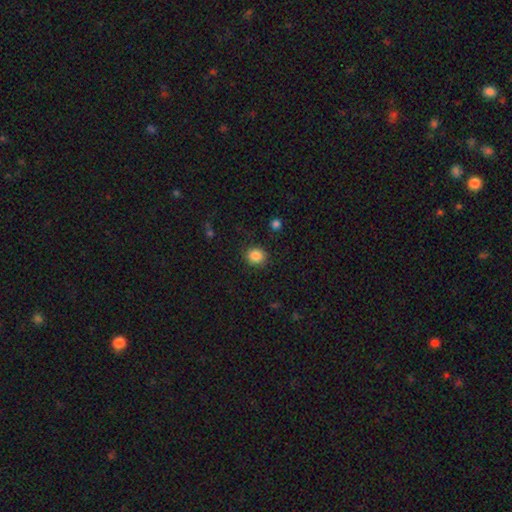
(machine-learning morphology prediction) smooth_or_featured: smooth (p=0.86) [alt: star or artifact p=0.10]
how_rounded: round (p=0.82) [alt: in between p=0.18]
merging: none (p=0.88) [alt: minor disturbance p=0.08]